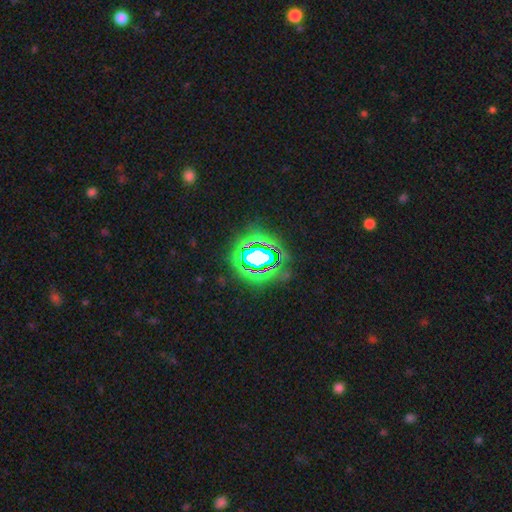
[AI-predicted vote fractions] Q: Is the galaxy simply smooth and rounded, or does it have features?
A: star or artifact — 79%.